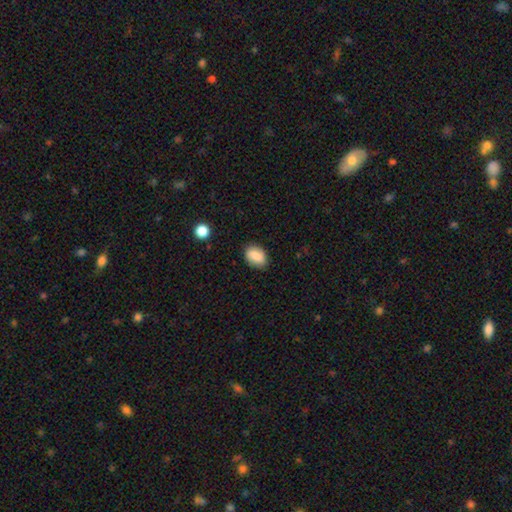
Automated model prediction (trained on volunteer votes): smooth_or_featured: smooth (p=0.85) [alt: star or artifact p=0.08]
how_rounded: in between (p=0.81) [alt: round p=0.18]
merging: none (p=0.82) [alt: minor disturbance p=0.14]